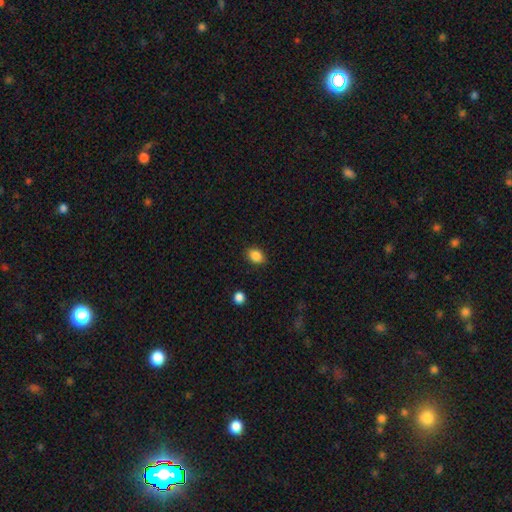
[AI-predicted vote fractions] Smooth or featured? Predicted: smooth (p=0.86). How rounded? Predicted: in between (p=0.67). Merging? Predicted: none (p=0.87).